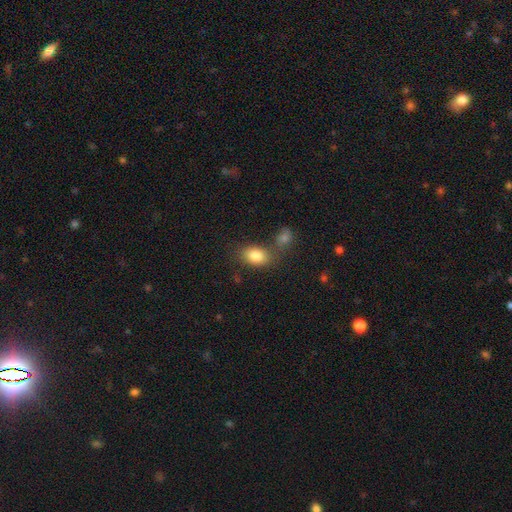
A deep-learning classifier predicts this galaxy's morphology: Q: Smooth or featured?
A: smooth (81%); runner-up: featured or disk (9%)
Q: How rounded?
A: in between (79%); runner-up: round (20%)
Q: Merging?
A: none (60%); runner-up: merger (22%)